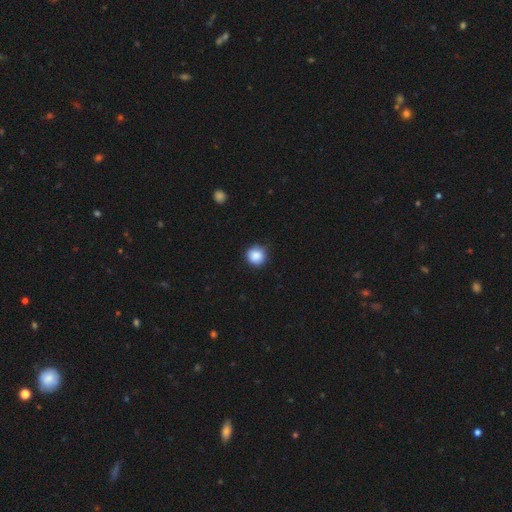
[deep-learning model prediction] smooth 87%, star or artifact 9%, featured or disk 4%. Down the decision tree: how rounded — round (93%); merging — none (85%).